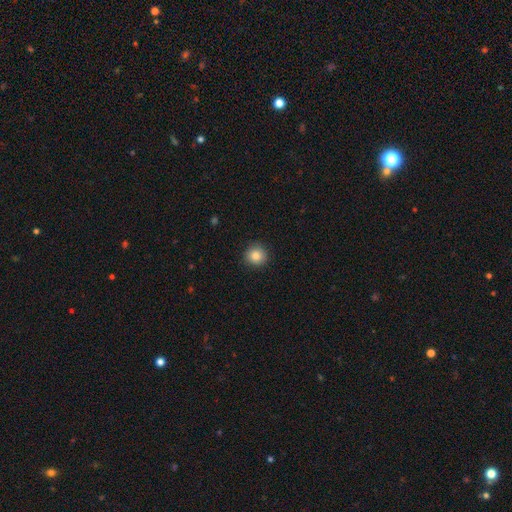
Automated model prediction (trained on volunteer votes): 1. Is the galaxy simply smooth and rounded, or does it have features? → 84% smooth, 10% star or artifact, 6% featured or disk.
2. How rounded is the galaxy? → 93% round, 7% in between, 1% cigar-shaped.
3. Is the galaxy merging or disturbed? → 90% none, 7% minor disturbance, 2% major disturbance, 1% merger.